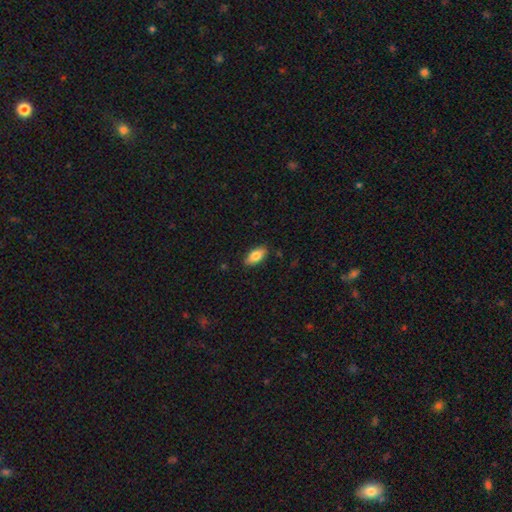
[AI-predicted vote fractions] Overall: smooth (81%). How rounded: in between (90%). Merging: none (87%).